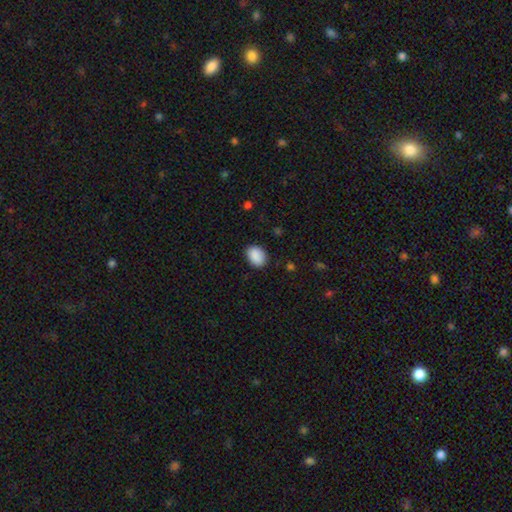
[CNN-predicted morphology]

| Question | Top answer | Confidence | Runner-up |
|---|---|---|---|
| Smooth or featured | smooth | 90% | star or artifact (7%) |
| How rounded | in between | 73% | round (26%) |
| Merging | none | 86% | minor disturbance (11%) |